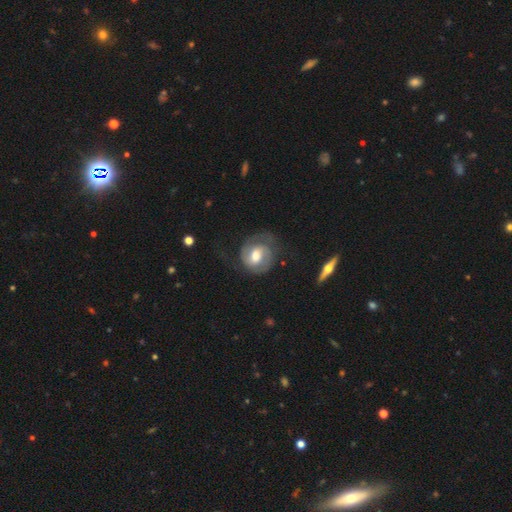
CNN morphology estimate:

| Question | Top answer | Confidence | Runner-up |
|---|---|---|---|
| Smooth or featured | featured or disk | 77% | smooth (18%) |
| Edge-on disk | no | 97% | yes (3%) |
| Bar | weak | 52% | no (29%) |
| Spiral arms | yes | 93% | no (7%) |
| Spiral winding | tight | 44% | medium (42%) |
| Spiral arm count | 2 | 79% | 1 (9%) |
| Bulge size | moderate | 61% | large (25%) |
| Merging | none | 64% | minor disturbance (19%) |